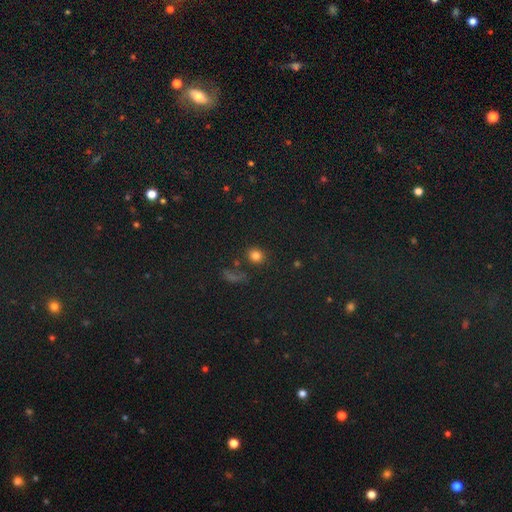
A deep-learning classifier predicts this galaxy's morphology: Q: Smooth or featured?
A: smooth (80%); runner-up: star or artifact (14%)
Q: How rounded?
A: round (78%); runner-up: in between (20%)
Q: Merging?
A: none (80%); runner-up: minor disturbance (10%)